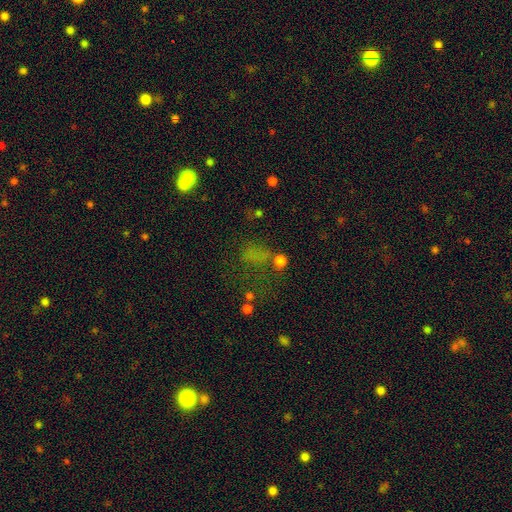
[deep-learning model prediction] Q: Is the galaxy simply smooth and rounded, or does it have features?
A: smooth — 47%.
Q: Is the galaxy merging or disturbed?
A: none — 45%.